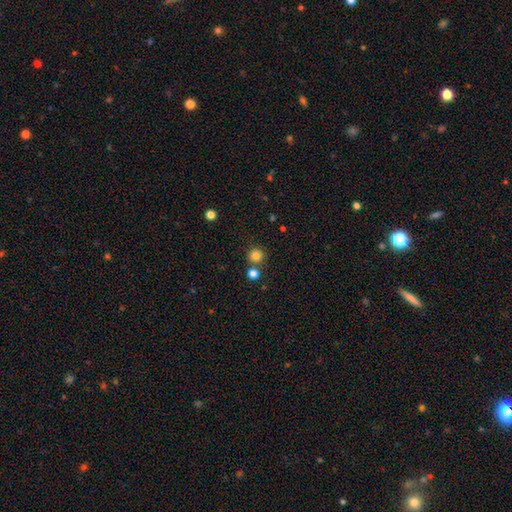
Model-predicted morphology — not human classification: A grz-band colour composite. It shows a smooth galaxy with no disk features (82%) that is round (94%). Merging: none (77%).